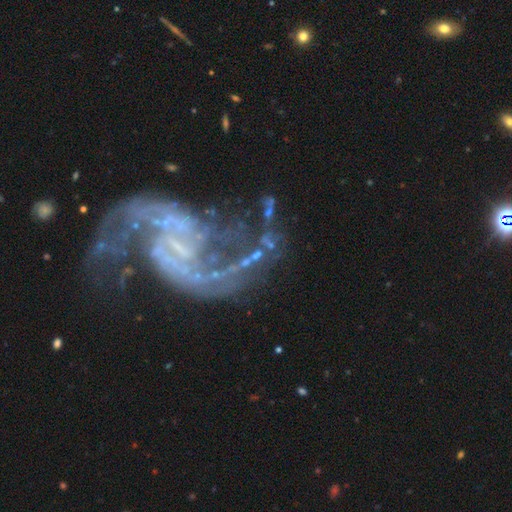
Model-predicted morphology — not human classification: Smooth or featured?
  - featured or disk: 85% *
  - star or artifact: 9%
  - smooth: 5%
Edge-on disk?
  - no: 98% *
  - yes: 2%
Bar?
  - weak: 41% *
  - strong: 31%
  - no: 28%
Spiral arms?
  - yes: 87% *
  - no: 13%
Spiral winding?
  - loose: 51% *
  - medium: 36%
  - tight: 14%
Spiral arm count?
  - 2: 68% *
  - can't tell: 11%
  - 1: 8%
  - 3: 5%
  - 4: 4%
  - more than 4: 4%
Bulge size?
  - none: 57% *
  - small: 31%
  - moderate: 10%
  - large: 2%
  - dominant: 1%
Merging?
  - none: 43% *
  - major disturbance: 33%
  - minor disturbance: 17%
  - merger: 8%